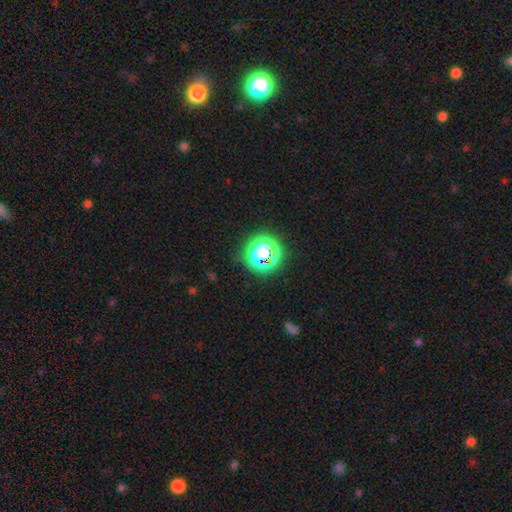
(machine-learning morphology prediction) smooth_or_featured: star or artifact (p=0.74) [alt: smooth p=0.20]